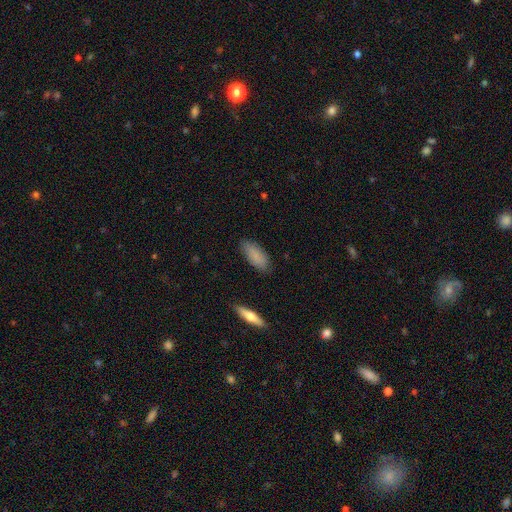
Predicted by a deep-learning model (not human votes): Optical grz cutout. It shows a smooth galaxy with no disk features (85%) that is in between round and cigar-shaped (79%). Merging: none (83%).